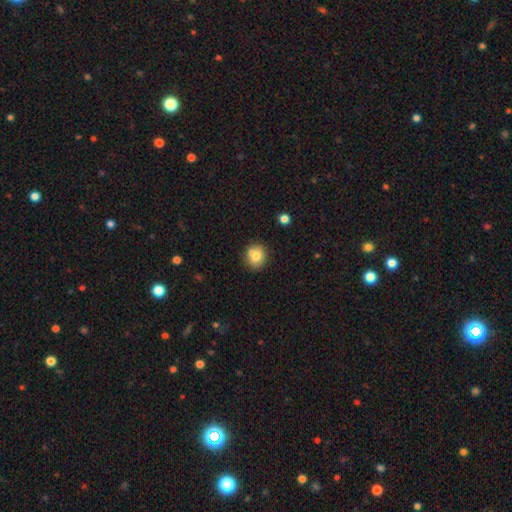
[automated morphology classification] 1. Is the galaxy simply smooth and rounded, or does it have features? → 76% smooth, 14% featured or disk, 10% star or artifact.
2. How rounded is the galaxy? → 79% round, 20% in between, 1% cigar-shaped.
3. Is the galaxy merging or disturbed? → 69% none, 16% merger, 12% minor disturbance, 3% major disturbance.